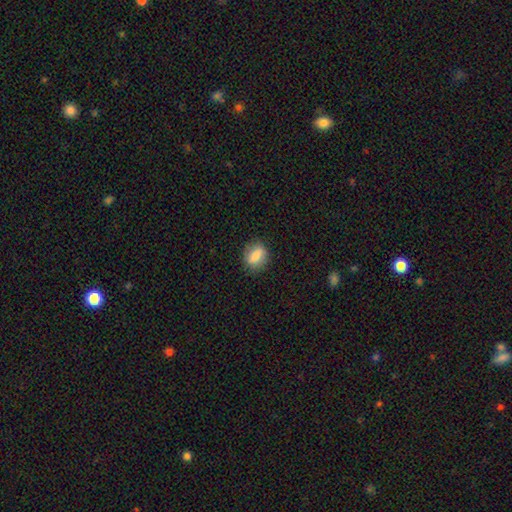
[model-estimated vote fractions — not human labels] Morphology: type=smooth (80%); roundness=in between (57%); merging=none (83%).